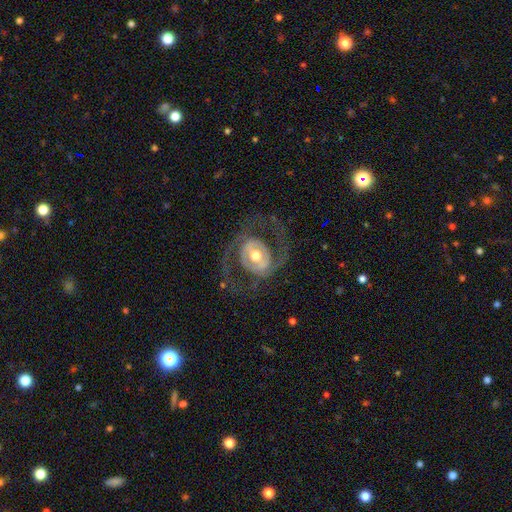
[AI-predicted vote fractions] smooth_or_featured: featured or disk (p=0.83) [alt: smooth p=0.12]
disk_edge_on: no (p=0.97) [alt: yes p=0.03]
bar: no (p=0.46) [alt: weak p=0.35]
has_spiral_arms: yes (p=0.82) [alt: no p=0.18]
spiral_winding: medium (p=0.50) [alt: loose p=0.30]
spiral_arm_count: 2 (p=0.87) [alt: can't tell p=0.05]
bulge_size: moderate (p=0.73) [alt: large p=0.14]
merging: none (p=0.69) [alt: major disturbance p=0.18]